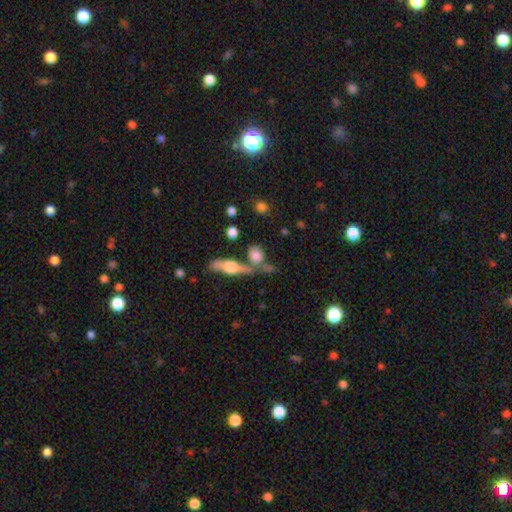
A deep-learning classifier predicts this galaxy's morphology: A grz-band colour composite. It shows a smooth galaxy with no disk features (73%) that is in between round and cigar-shaped (48%). Merging: none (53%).